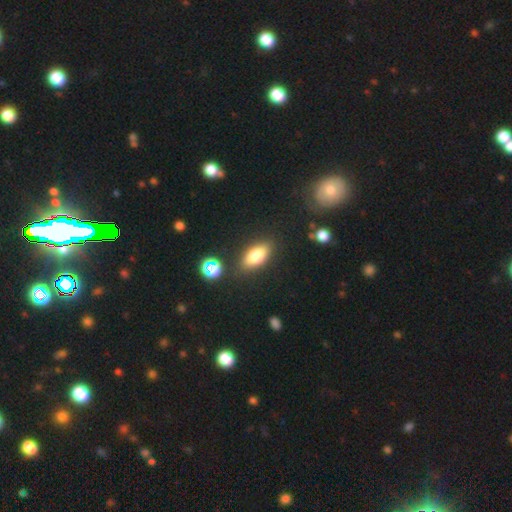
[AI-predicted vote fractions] Smooth or featured? Predicted: smooth (p=0.75). How rounded? Predicted: in between (p=0.81). Merging? Predicted: none (p=0.82).